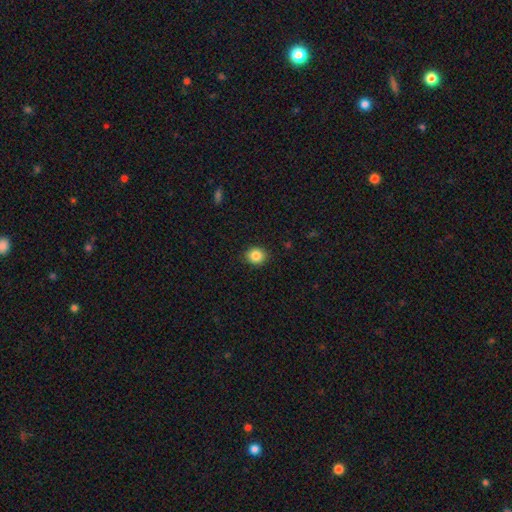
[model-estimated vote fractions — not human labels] This appears to be a smooth galaxy with no disk features (86%) that is round (77%). Merging: none (89%).